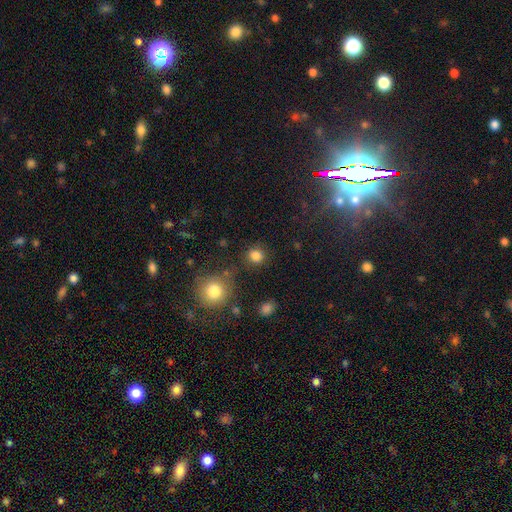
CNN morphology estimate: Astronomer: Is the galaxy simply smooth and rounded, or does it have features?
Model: smooth — 83%.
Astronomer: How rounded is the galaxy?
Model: round — 86%.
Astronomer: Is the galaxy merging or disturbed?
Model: none — 82%.